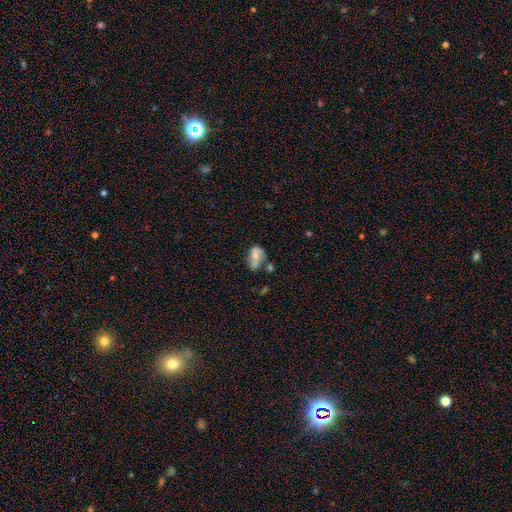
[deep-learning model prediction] featured or disk 46%, smooth 45%, star or artifact 10%. Down the decision tree: merging — none (41%).